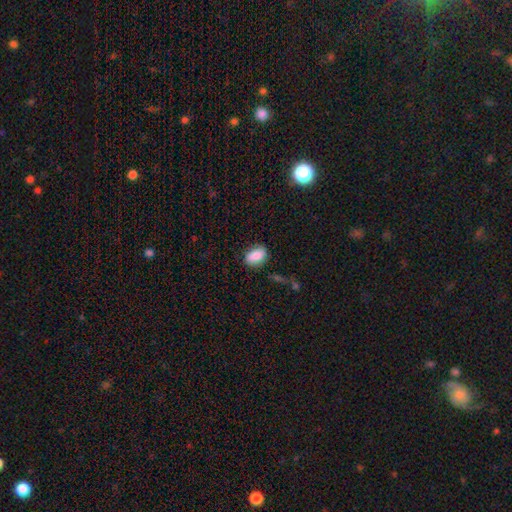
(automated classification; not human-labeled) Smooth or featured?
  - smooth: 83% *
  - featured or disk: 9%
  - star or artifact: 8%
How rounded?
  - in between: 82% *
  - round: 16%
  - cigar-shaped: 2%
Merging?
  - none: 77% *
  - minor disturbance: 16%
  - major disturbance: 4%
  - merger: 2%